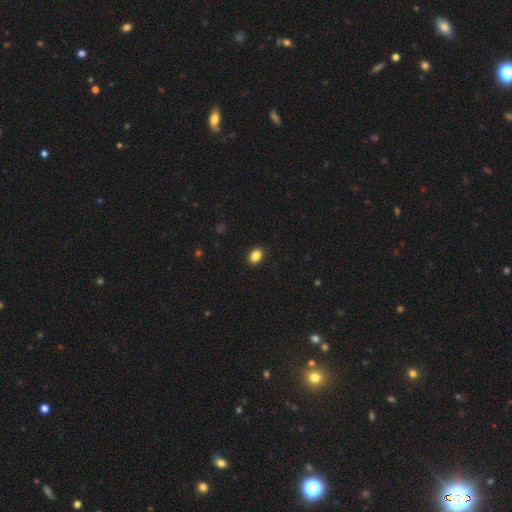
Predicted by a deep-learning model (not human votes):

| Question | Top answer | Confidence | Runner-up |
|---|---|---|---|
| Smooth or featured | smooth | 86% | star or artifact (9%) |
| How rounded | in between | 76% | round (23%) |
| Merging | none | 90% | minor disturbance (7%) |